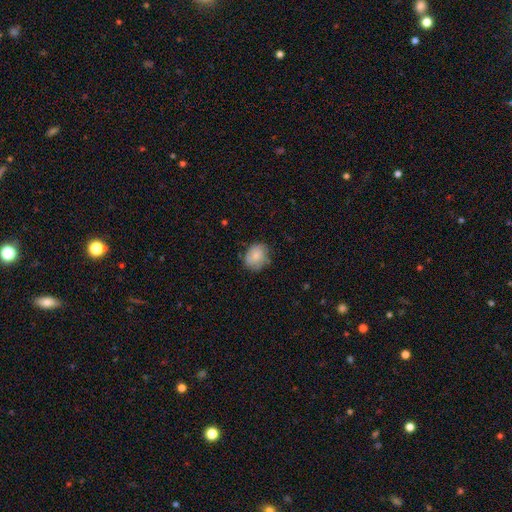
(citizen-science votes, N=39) smooth 82%, star or artifact 10%, featured or disk 8%. Down the decision tree: how rounded — round (72%); merging — none (83%).